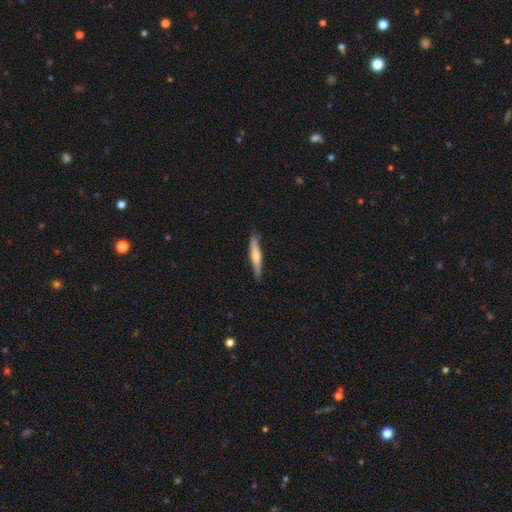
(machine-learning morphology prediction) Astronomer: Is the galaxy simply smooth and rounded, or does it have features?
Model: smooth — 57% (runner-up: featured or disk, 38%).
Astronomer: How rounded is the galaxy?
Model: cigar-shaped — 91%.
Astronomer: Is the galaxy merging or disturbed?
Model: none — 86%.